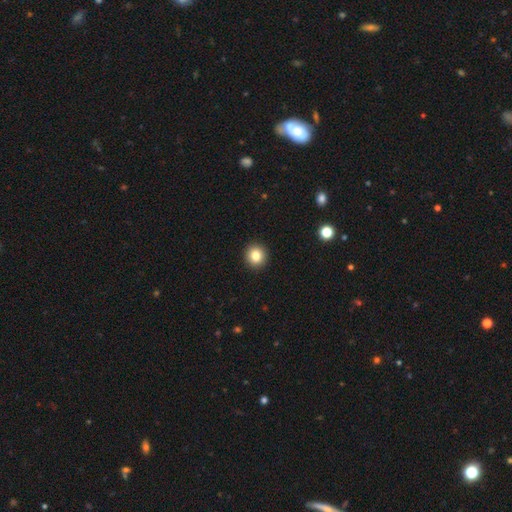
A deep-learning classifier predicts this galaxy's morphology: smooth_or_featured: smooth (p=0.82) [alt: star or artifact p=0.10]
how_rounded: round (p=0.93) [alt: in between p=0.07]
merging: none (p=0.93) [alt: minor disturbance p=0.04]